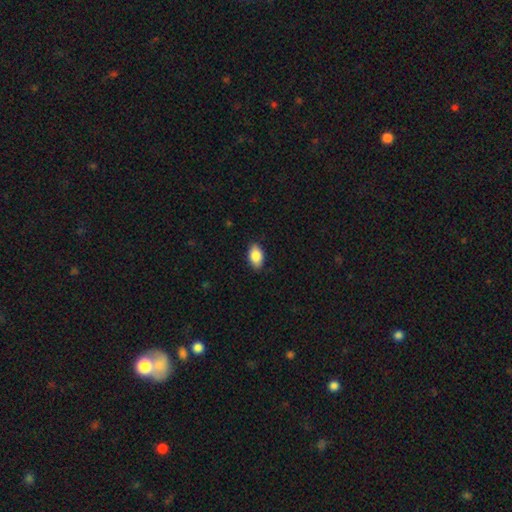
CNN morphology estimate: smooth-or-featured: smooth: 87% | star or artifact: 7% | featured or disk: 7%
  how-rounded: in between: 92% | round: 6% | cigar-shaped: 2%
  merging: none: 86% | minor disturbance: 11% | major disturbance: 2% | merger: 1%